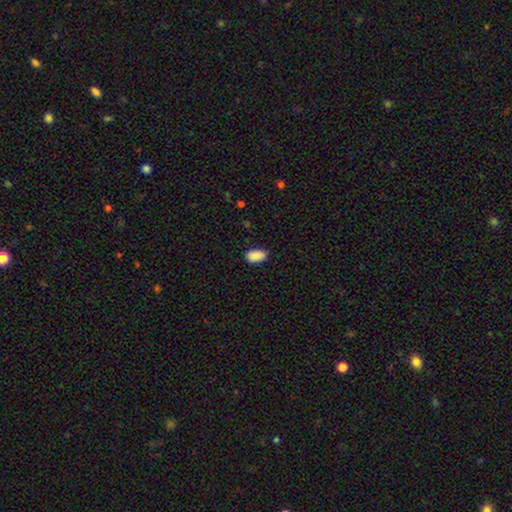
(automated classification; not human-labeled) Smooth or featured?
  - smooth: 90% *
  - star or artifact: 7%
  - featured or disk: 3%
How rounded?
  - in between: 94% *
  - round: 4%
  - cigar-shaped: 2%
Merging?
  - none: 83% *
  - minor disturbance: 13%
  - major disturbance: 2%
  - merger: 1%